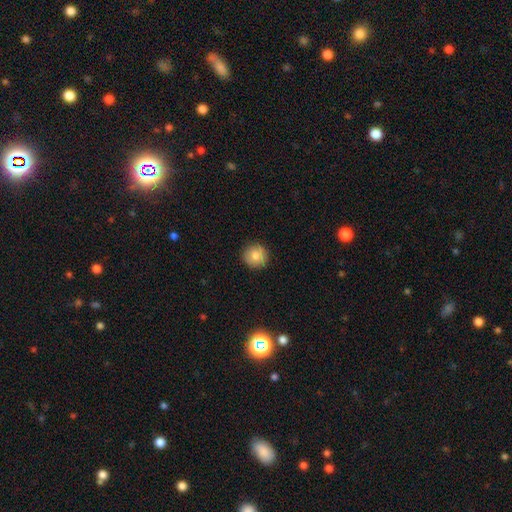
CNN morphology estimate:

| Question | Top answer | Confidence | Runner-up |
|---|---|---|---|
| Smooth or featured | smooth | 82% | star or artifact (9%) |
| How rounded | round | 94% | in between (5%) |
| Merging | none | 91% | minor disturbance (7%) |